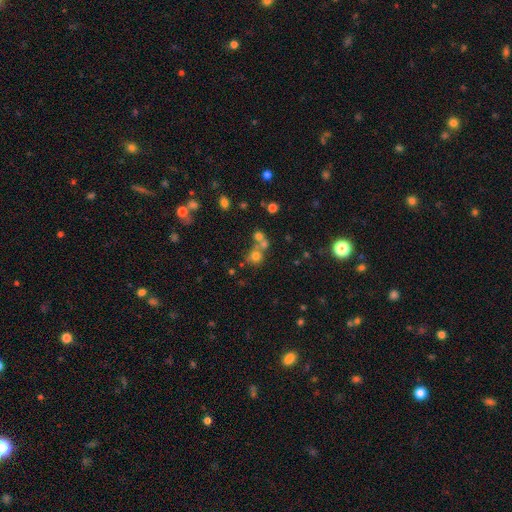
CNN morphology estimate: This is likely a smooth galaxy (66%). How rounded: clearly round (86%). Merging: possibly none (49%).